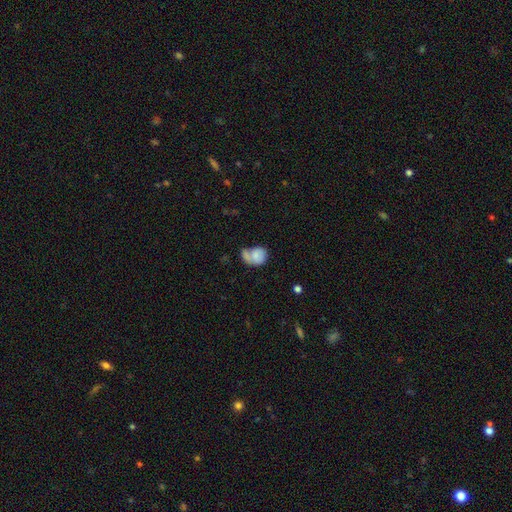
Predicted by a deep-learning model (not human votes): Overall: smooth (67%). How rounded: round (51%; in between 48%). Merging: none (31%; minor disturbance 24%).